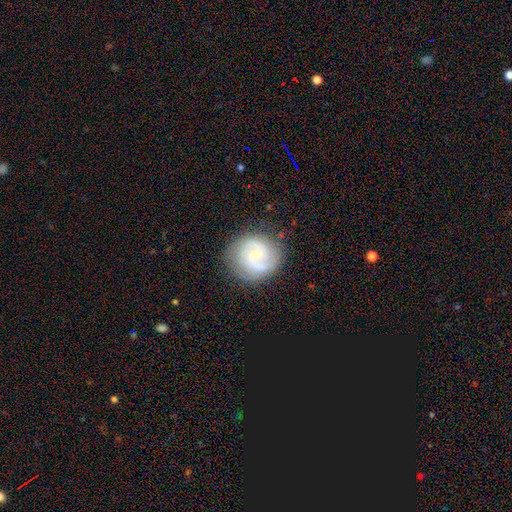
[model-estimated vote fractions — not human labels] This is likely a featured or disk galaxy (77%). It is clearly not viewed edge-on (98%). Bar: possibly weak (49%). Spiral arm pattern: clearly yes (95%). Spiral arm count: likely 2 (76%). Spiral winding: possibly medium (48%). Central bulge: likely small (65%). Merging: likely none (80%).